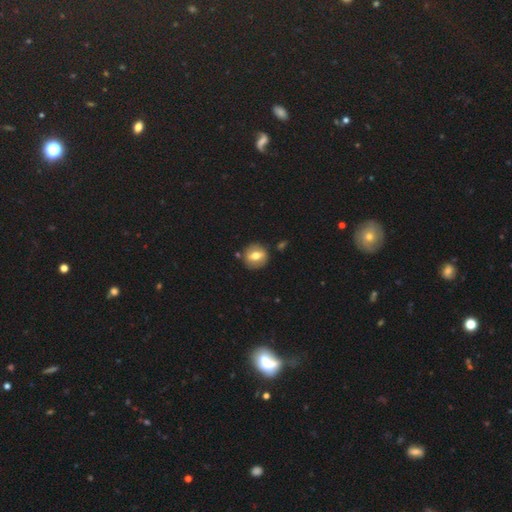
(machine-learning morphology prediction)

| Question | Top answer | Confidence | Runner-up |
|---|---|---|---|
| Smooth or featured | smooth | 58% | featured or disk (34%) |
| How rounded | round | 78% | in between (20%) |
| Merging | none | 82% | minor disturbance (11%) |